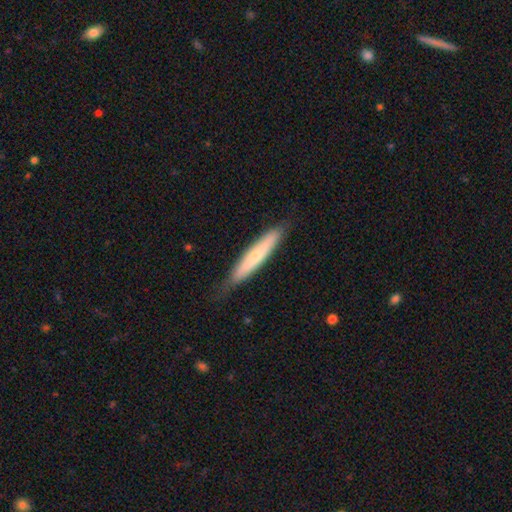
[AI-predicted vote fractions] A smooth galaxy with no disk features (62%) that is cigar-shaped (92%). Merging: none (80%).